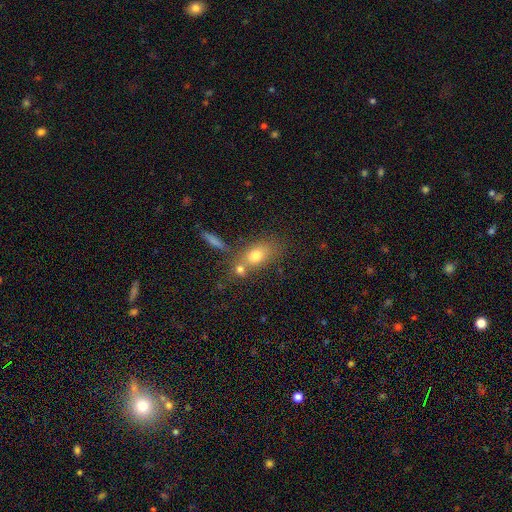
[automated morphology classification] Q: Smooth or featured?
A: smooth (73%); runner-up: featured or disk (16%)
Q: How rounded?
A: in between (74%); runner-up: round (18%)
Q: Merging?
A: none (51%); runner-up: merger (31%)